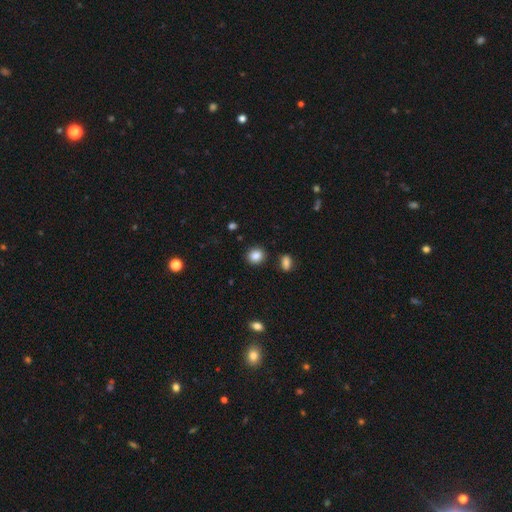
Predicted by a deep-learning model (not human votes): smooth 86%, star or artifact 10%, featured or disk 5%. Down the decision tree: how rounded — round (78%); merging — none (87%).